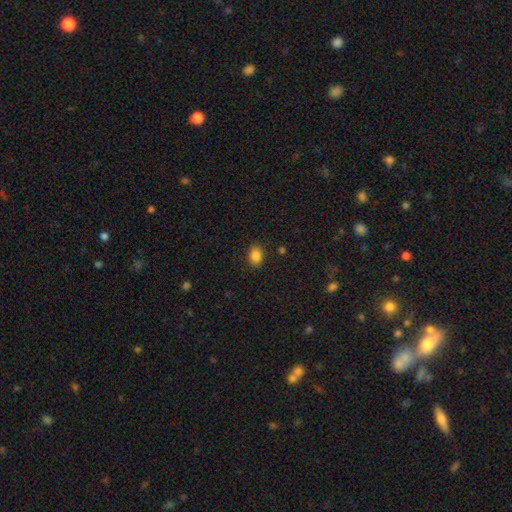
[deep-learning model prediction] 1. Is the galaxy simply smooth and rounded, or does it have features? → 86% smooth, 10% star or artifact, 4% featured or disk.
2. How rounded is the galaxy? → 70% in between, 29% round, 1% cigar-shaped.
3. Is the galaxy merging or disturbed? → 88% none, 9% minor disturbance, 2% major disturbance, 1% merger.